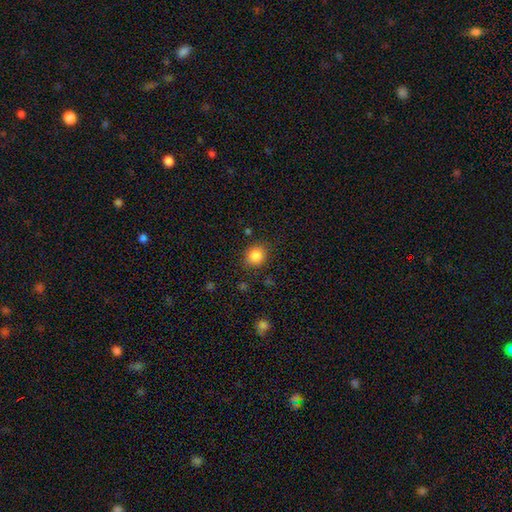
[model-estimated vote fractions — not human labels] Smooth or featured?
  - smooth: 85% *
  - star or artifact: 11%
  - featured or disk: 4%
How rounded?
  - round: 78% *
  - in between: 21%
  - cigar-shaped: 1%
Merging?
  - none: 81% *
  - minor disturbance: 13%
  - major disturbance: 4%
  - merger: 2%